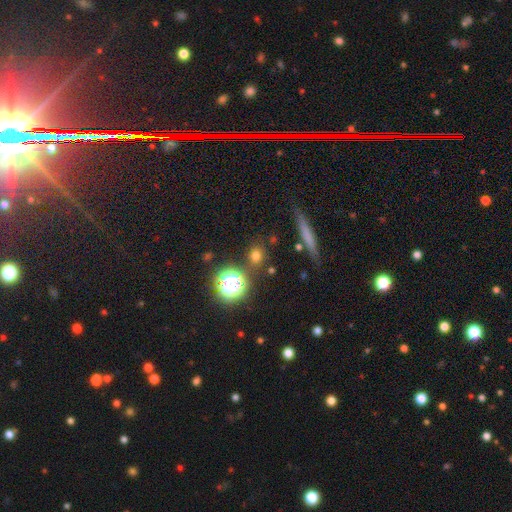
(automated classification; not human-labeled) This is likely a smooth galaxy (67%). How rounded: clearly round (80%). Merging: clearly none (82%).